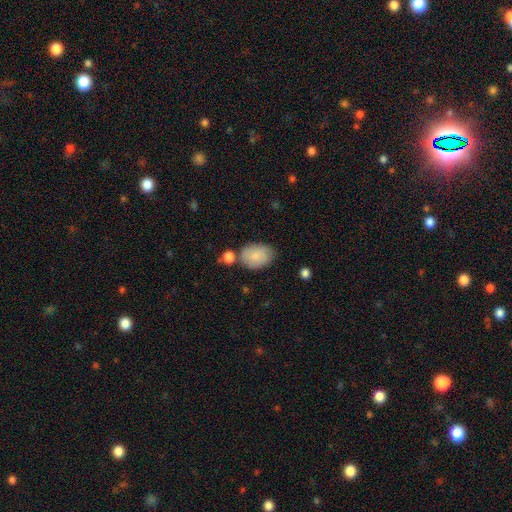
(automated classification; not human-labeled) A smooth galaxy with no disk features (83%) that is in between round and cigar-shaped (76%). Merging: none (66%).